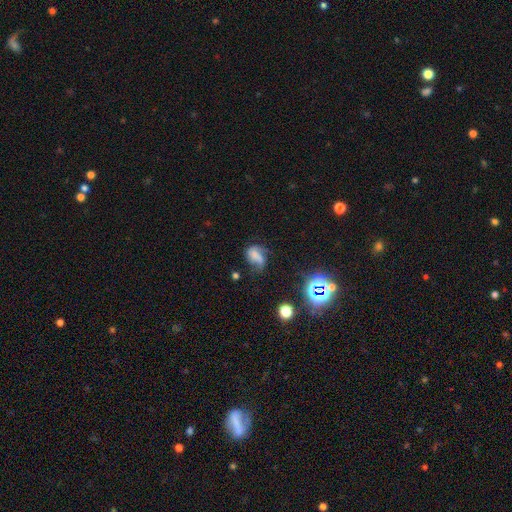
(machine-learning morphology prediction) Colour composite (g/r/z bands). It shows a smooth galaxy with no disk features (53%) that is in between round and cigar-shaped (74%). Merging: none (35%).